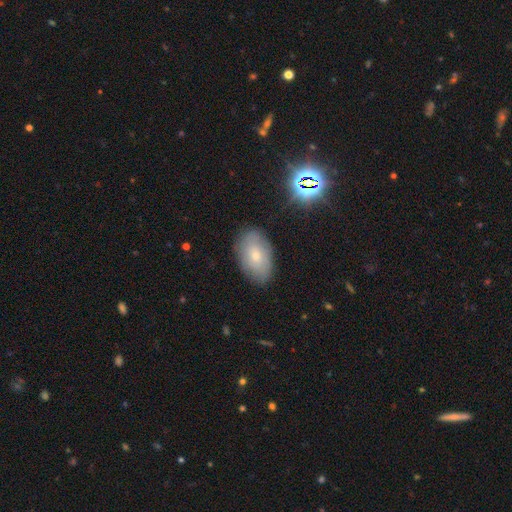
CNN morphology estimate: smooth 62%, featured or disk 27%, star or artifact 11%. Down the decision tree: how rounded — in between (91%); merging — none (82%).